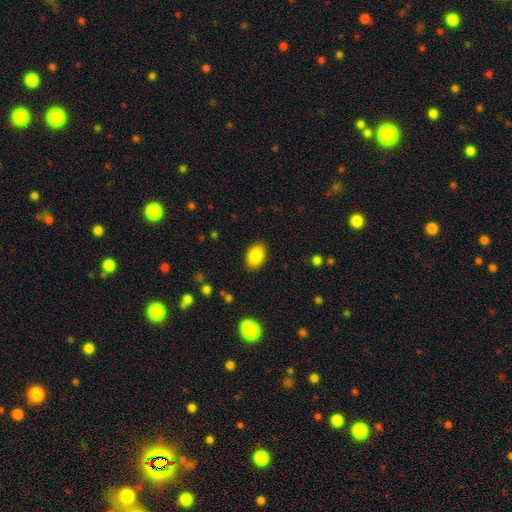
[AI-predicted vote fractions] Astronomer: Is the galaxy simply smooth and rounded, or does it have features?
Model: smooth — 86%.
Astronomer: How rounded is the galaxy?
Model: in between — 88%.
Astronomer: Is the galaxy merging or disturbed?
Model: none — 88%.